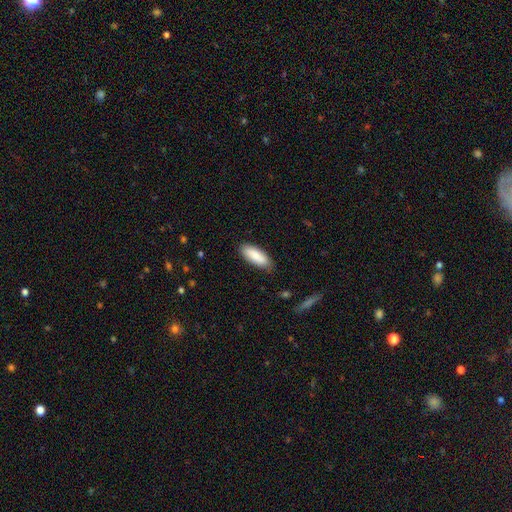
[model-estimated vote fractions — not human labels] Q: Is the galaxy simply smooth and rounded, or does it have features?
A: smooth — 87%.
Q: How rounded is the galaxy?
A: in between — 73%.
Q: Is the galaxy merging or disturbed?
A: none — 83%.